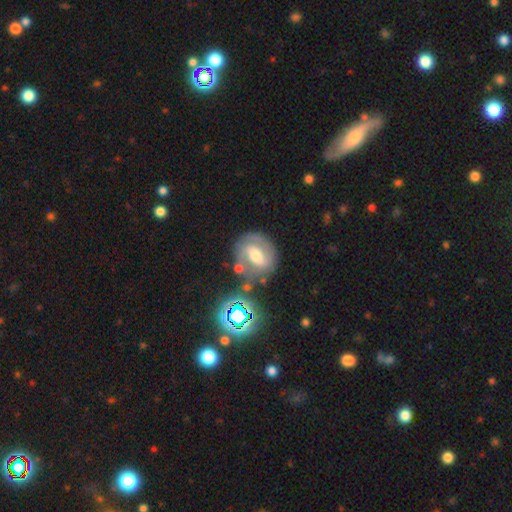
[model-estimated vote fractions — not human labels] The model was most divided on "spiral winding": medium: 44%, tight: 40%, loose: 16%. Remaining: edge-on disk — no (96%); spiral arms — yes (85%); spiral arm count — 2 (74%); smooth or featured — featured or disk (69%); merging — none (68%); bulge size — moderate (63%); bar — weak (45%).